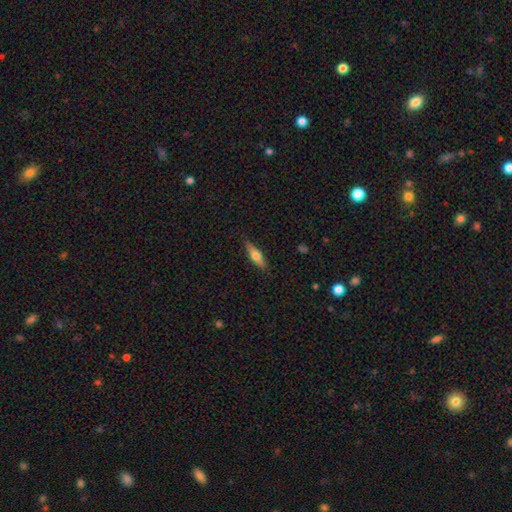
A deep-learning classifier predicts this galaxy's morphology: A smooth galaxy with no disk features (53%) that is cigar-shaped (65%). Merging: none (87%).